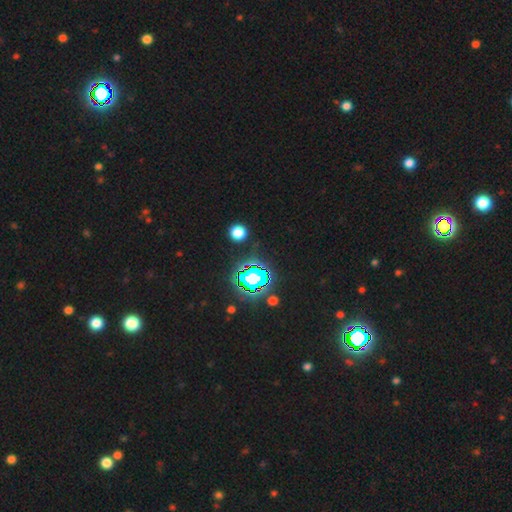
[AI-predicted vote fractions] This is clearly a star or artifact rather than a galaxy (84%).